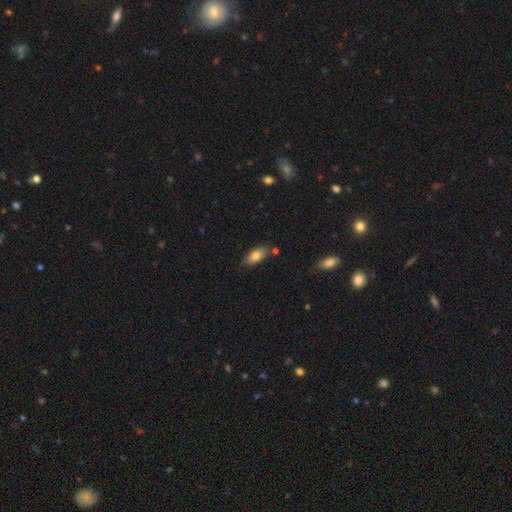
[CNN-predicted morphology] Overall: smooth (77%). How rounded: in between (87%). Merging: none (76%).